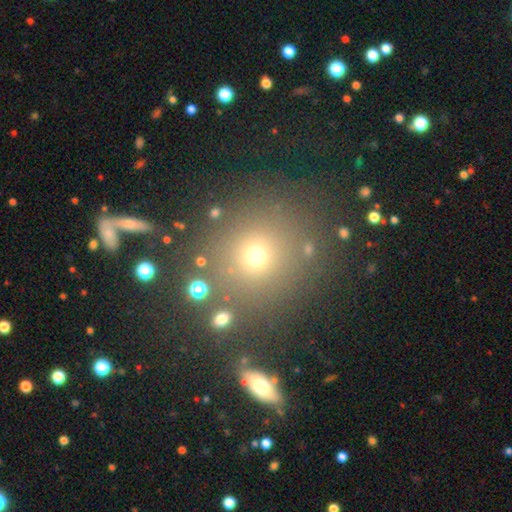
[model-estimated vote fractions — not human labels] A smooth galaxy with no disk features (65%) that is round (89%).

Vote fractions:
- Smooth or featured? smooth: 65% / star or artifact: 25% / featured or disk: 10%
- How rounded? round: 89% / in between: 10% / cigar-shaped: 1%
- Merging? none: 81% / minor disturbance: 9% / merger: 5% / major disturbance: 5%